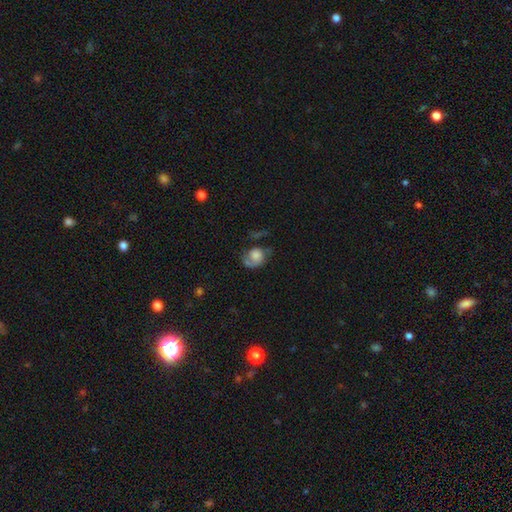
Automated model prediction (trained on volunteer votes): Smooth or featured? Predicted: smooth (p=0.54). How rounded? Predicted: round (p=0.61). Merging? Predicted: none (p=0.37).